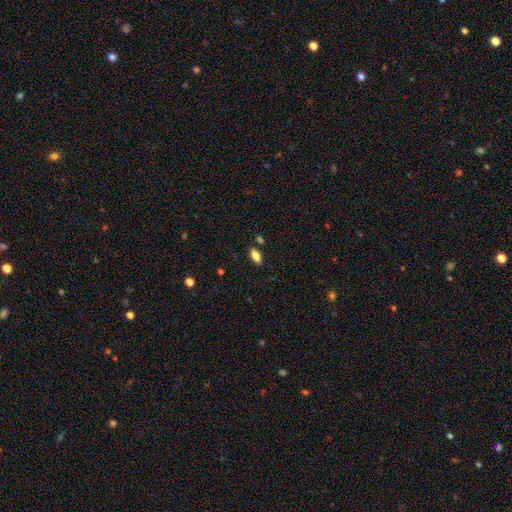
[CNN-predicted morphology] Smooth or featured? Predicted: smooth (p=0.78). How rounded? Predicted: in between (p=0.86). Merging? Predicted: none (p=0.84).